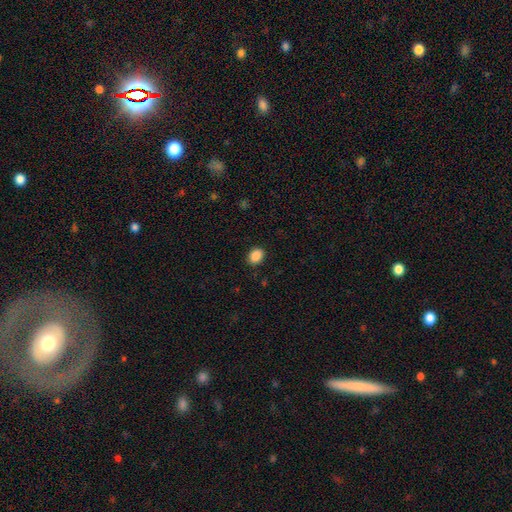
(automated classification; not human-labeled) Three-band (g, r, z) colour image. It shows a smooth galaxy with no disk features (88%) that is in between round and cigar-shaped (58%). Merging: none (89%).